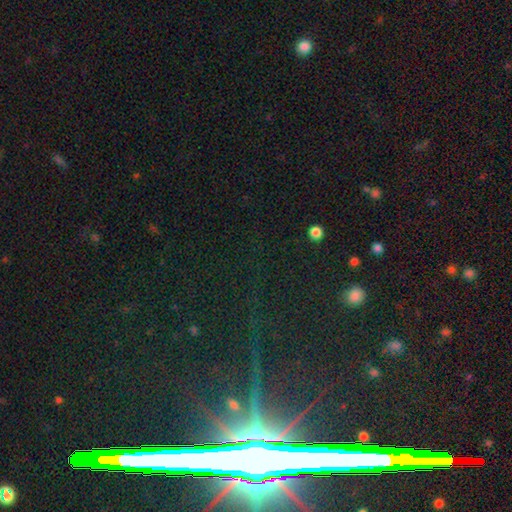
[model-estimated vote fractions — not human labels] Smooth or featured?
  - star or artifact: 72% *
  - featured or disk: 15%
  - smooth: 13%